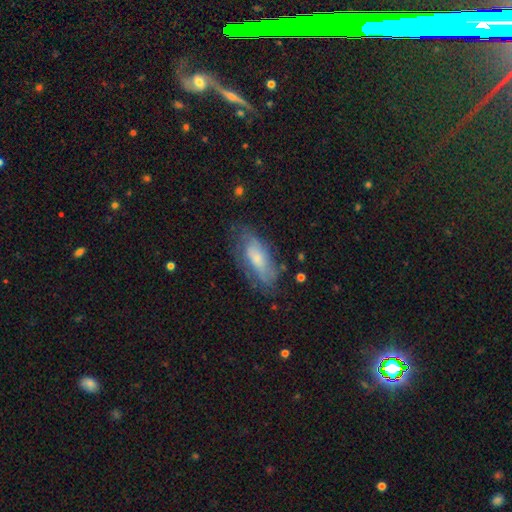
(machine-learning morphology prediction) smooth_or_featured: featured or disk (p=0.49) [alt: smooth p=0.43]
merging: none (p=0.65) [alt: minor disturbance p=0.23]